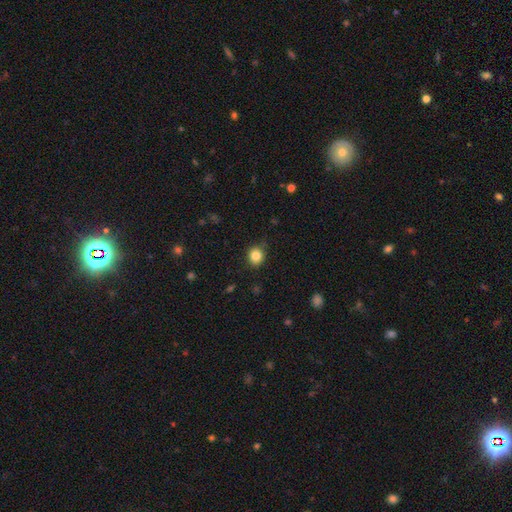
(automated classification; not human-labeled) smooth_or_featured: smooth (p=0.84) [alt: star or artifact p=0.11]
how_rounded: round (p=0.79) [alt: in between p=0.20]
merging: none (p=0.83) [alt: minor disturbance p=0.13]